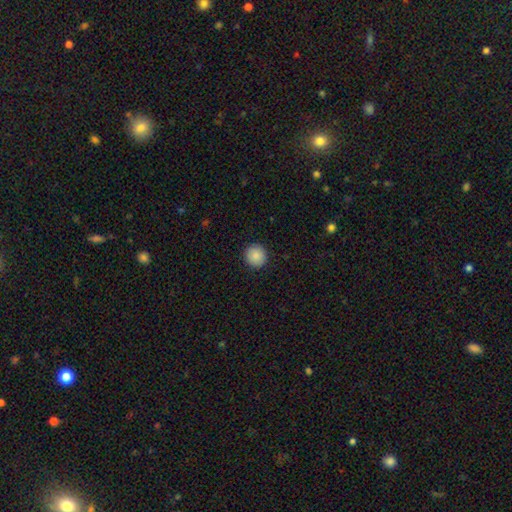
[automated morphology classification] Q: Smooth or featured?
A: smooth (88%); runner-up: star or artifact (8%)
Q: How rounded?
A: round (94%); runner-up: in between (6%)
Q: Merging?
A: none (93%); runner-up: minor disturbance (5%)